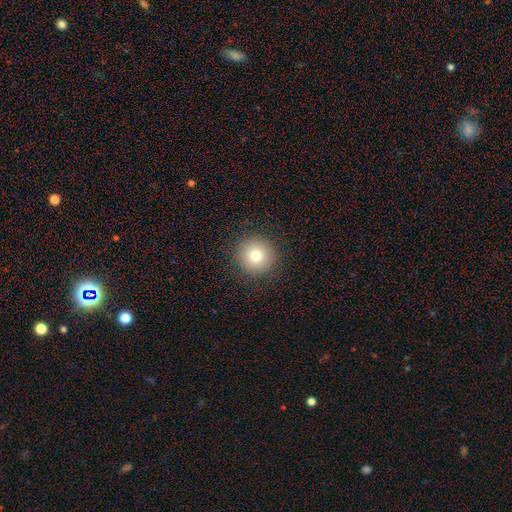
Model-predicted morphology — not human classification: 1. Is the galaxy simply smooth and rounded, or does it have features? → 77% smooth, 12% star or artifact, 11% featured or disk.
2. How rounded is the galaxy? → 95% round, 4% in between, 1% cigar-shaped.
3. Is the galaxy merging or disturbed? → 91% none, 6% minor disturbance, 2% major disturbance, 1% merger.